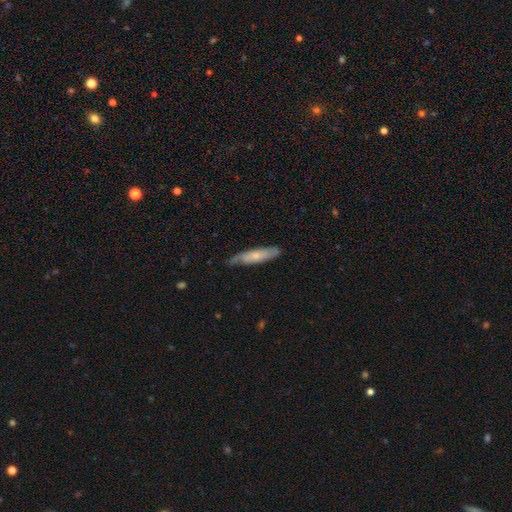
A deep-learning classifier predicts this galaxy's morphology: A smooth galaxy with no disk features (51%) that is cigar-shaped (73%).

Vote fractions:
- Smooth or featured? smooth: 51% / featured or disk: 43% / star or artifact: 5%
- How rounded? cigar-shaped: 73% / in between: 25% / round: 2%
- Merging? none: 70% / minor disturbance: 23% / major disturbance: 5% / merger: 2%